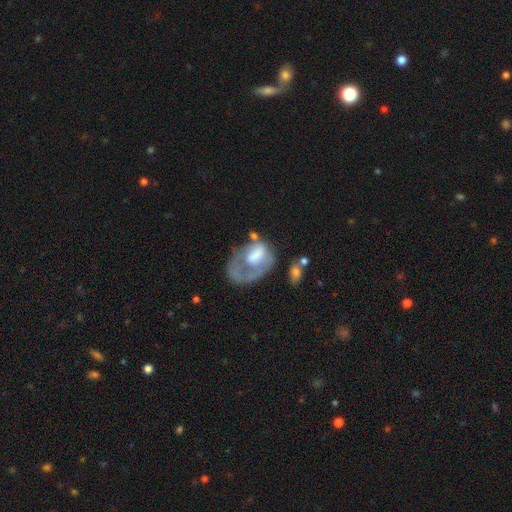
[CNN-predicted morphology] A featured or disk galaxy (50%).

Vote fractions:
- Smooth or featured? featured or disk: 50% / smooth: 42% / star or artifact: 8%
- Merging? major disturbance: 43% / none: 27% / minor disturbance: 20% / merger: 10%